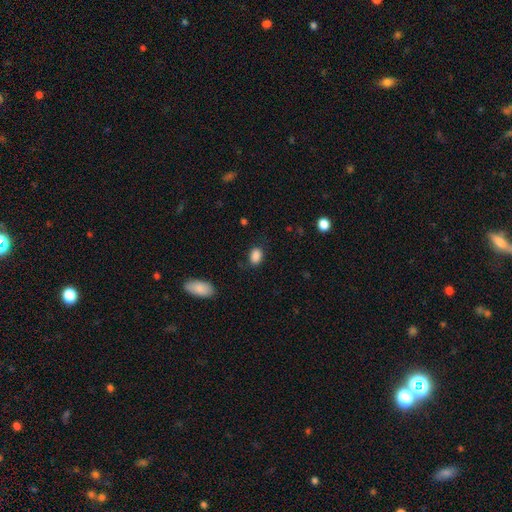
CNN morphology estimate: Overall: smooth (87%). How rounded: in between (78%). Merging: none (79%).